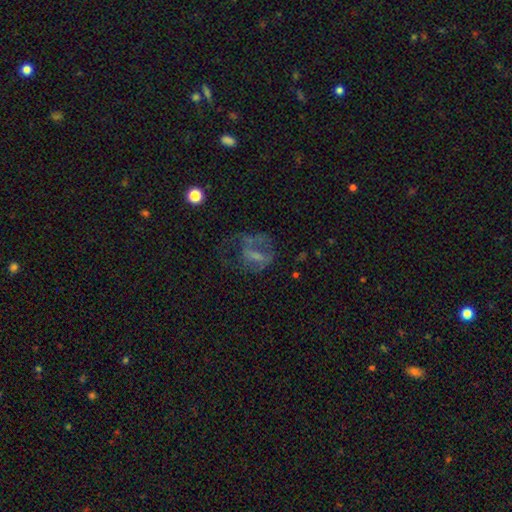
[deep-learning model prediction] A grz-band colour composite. It shows a featured or disk galaxy (50%). Merging: major disturbance (50%).